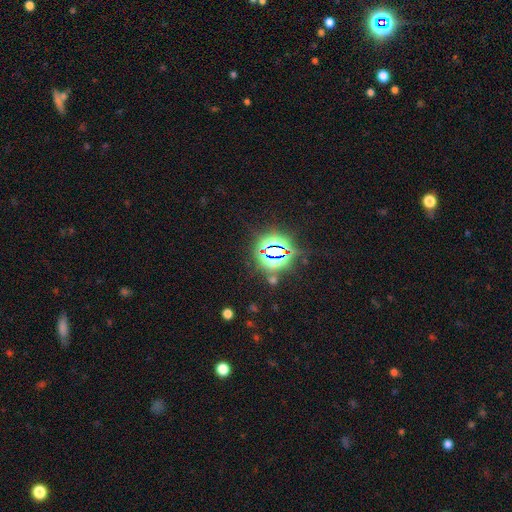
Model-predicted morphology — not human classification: smooth-or-featured: star or artifact: 83% | smooth: 10% | featured or disk: 7%